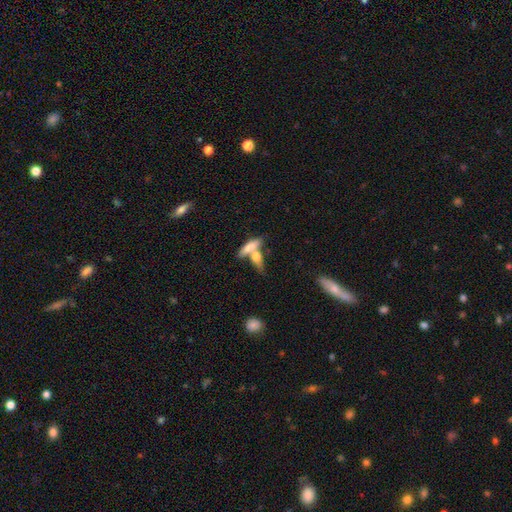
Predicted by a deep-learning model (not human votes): Smooth or featured? smooth (64%)
How rounded? in between (48%)
Merging? merger (47%)